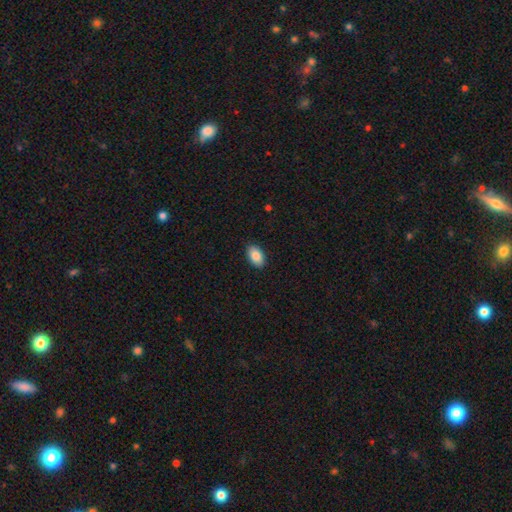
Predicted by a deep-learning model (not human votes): Morphology: type=smooth (87%); roundness=in between (93%); merging=none (90%).